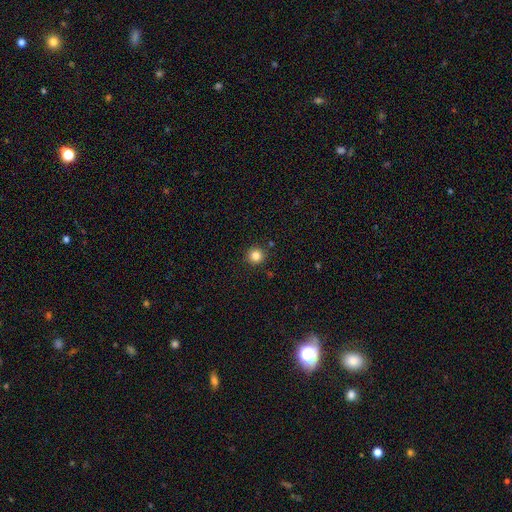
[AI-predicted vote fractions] smooth-or-featured: smooth: 84% | star or artifact: 11% | featured or disk: 5%
  how-rounded: round: 94% | in between: 5% | cigar-shaped: 1%
  merging: none: 91% | minor disturbance: 6% | merger: 2% | major disturbance: 2%